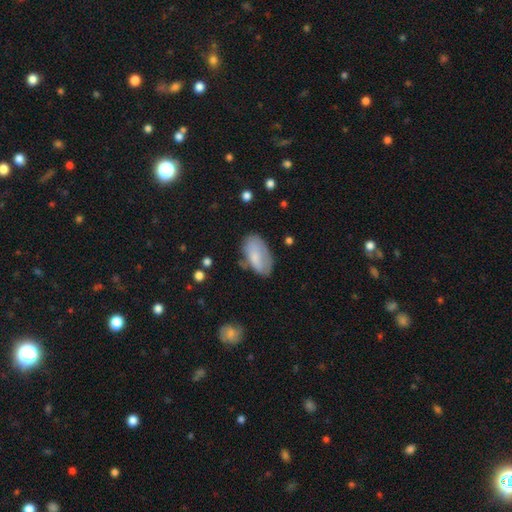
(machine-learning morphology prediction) type=smooth (74%); roundness=in between (93%); merging=none (60%).